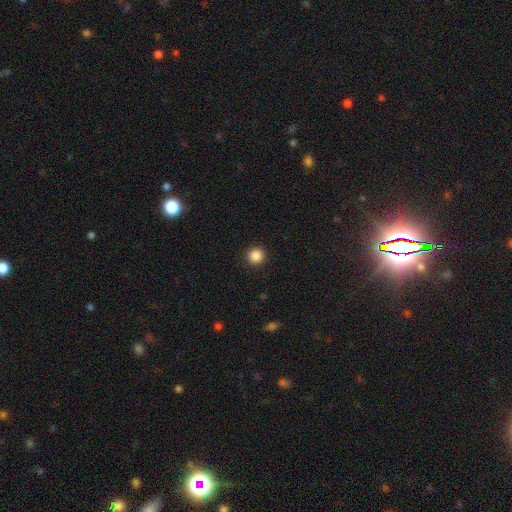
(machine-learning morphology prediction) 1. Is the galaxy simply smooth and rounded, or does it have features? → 87% smooth, 10% star or artifact, 3% featured or disk.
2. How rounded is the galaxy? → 95% round, 4% in between, 1% cigar-shaped.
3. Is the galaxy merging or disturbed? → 93% none, 4% minor disturbance, 2% major disturbance, 1% merger.